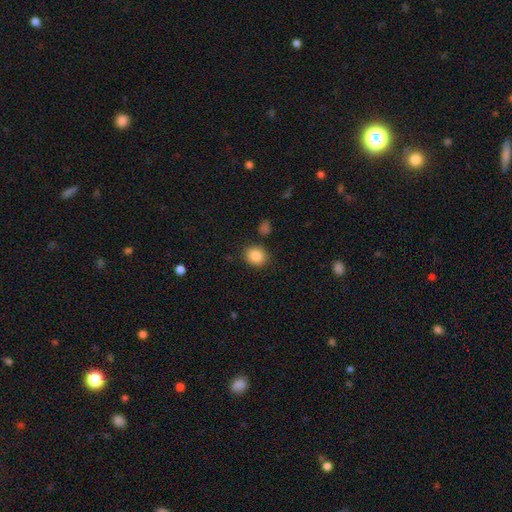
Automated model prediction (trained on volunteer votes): Overall: smooth (87%). How rounded: round (71%). Merging: none (85%).